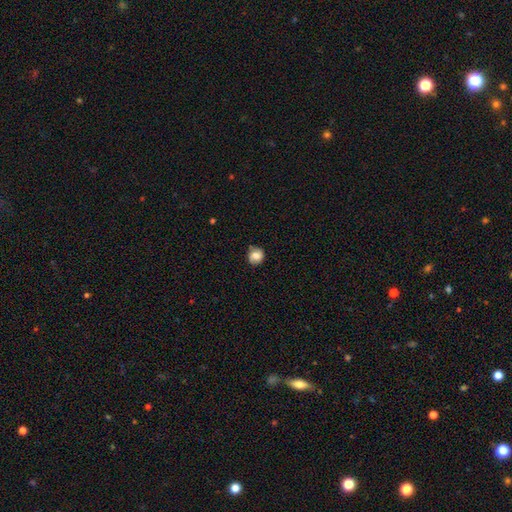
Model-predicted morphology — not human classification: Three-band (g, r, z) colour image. It shows a smooth galaxy with no disk features (77%) that is round (86%). Merging: none (78%).